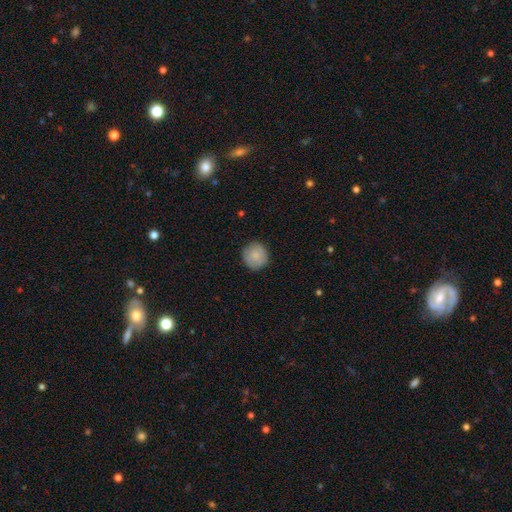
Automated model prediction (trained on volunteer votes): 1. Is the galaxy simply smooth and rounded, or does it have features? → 85% smooth, 8% featured or disk, 7% star or artifact.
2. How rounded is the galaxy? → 92% round, 7% in between, 1% cigar-shaped.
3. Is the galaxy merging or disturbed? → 88% none, 9% minor disturbance, 2% major disturbance, 1% merger.